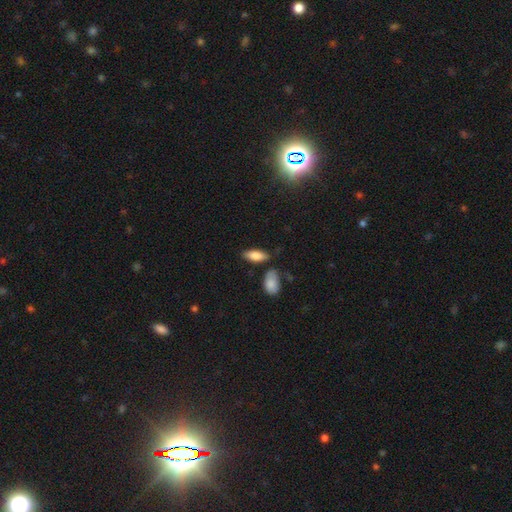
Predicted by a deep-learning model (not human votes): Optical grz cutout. It shows a smooth galaxy with no disk features (83%) that is in between round and cigar-shaped (80%). Merging: none (73%).